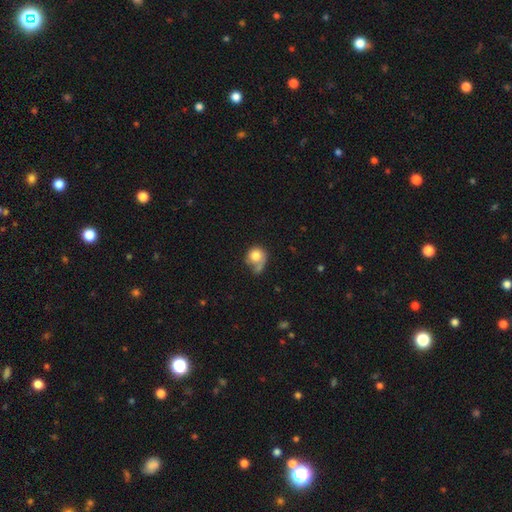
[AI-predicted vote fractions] Smooth or featured?
  - smooth: 76% *
  - featured or disk: 16%
  - star or artifact: 8%
How rounded?
  - round: 79% *
  - in between: 20%
  - cigar-shaped: 1%
Merging?
  - none: 38% *
  - minor disturbance: 23%
  - major disturbance: 21%
  - merger: 17%